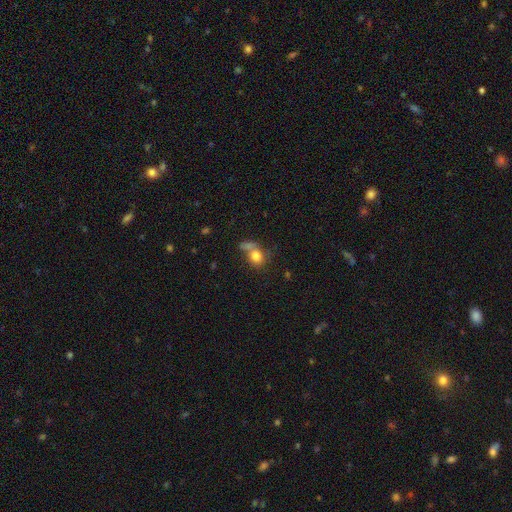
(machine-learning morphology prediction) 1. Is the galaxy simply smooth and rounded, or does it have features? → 78% smooth, 12% featured or disk, 10% star or artifact.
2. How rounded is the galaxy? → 57% round, 41% in between, 2% cigar-shaped.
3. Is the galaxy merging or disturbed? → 36% none (tied), 36% merger (tied), 16% minor disturbance, 13% major disturbance.